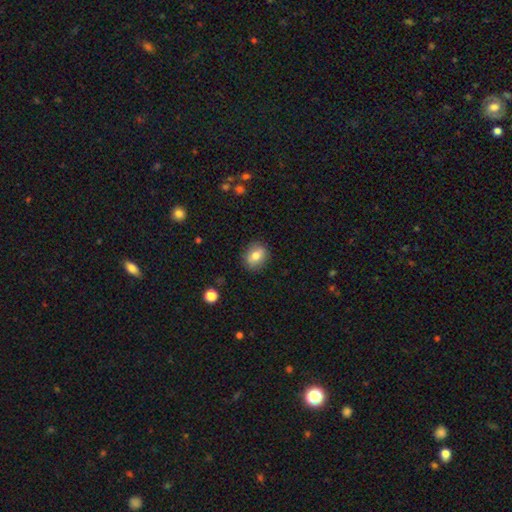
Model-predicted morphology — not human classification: The model was most divided on "how rounded": round: 59%, in between: 39%, cigar-shaped: 1%. More confident: merging — none (87%); smooth or featured — smooth (78%).